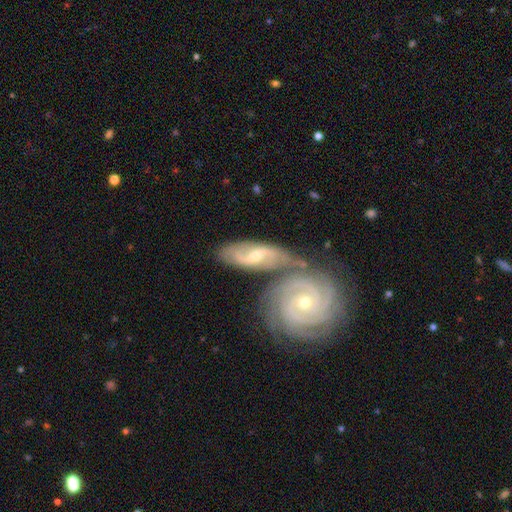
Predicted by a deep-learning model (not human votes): This is clearly a featured or disk galaxy (84%). It is clearly not viewed edge-on (93%). Bar: marginally weak (42%). Spiral arm pattern: clearly yes (97%). Spiral arm count: likely 2 (65%). Spiral winding: possibly tight (52%). Central bulge: possibly small (51%). Merging: marginally merger (44%).